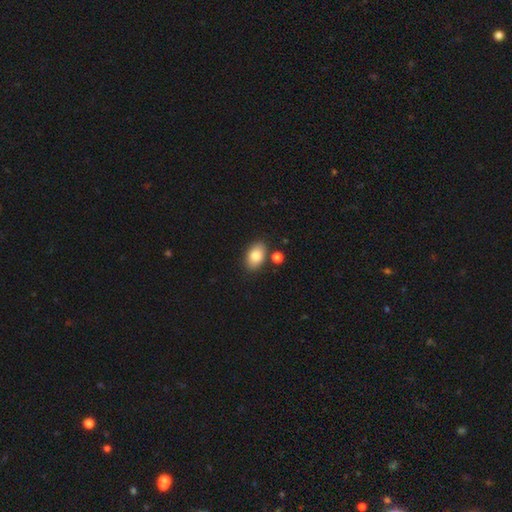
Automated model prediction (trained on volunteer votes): Overall: smooth (85%). How rounded: in between (90%). Merging: none (79%).